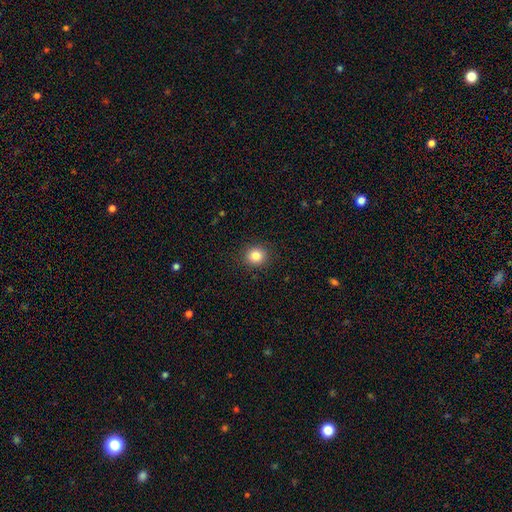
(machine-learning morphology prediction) Smooth or featured: smooth — 84% (star or artifact — 11%)
How rounded: round — 88% (in between — 11%)
Merging: none — 90% (minor disturbance — 6%)